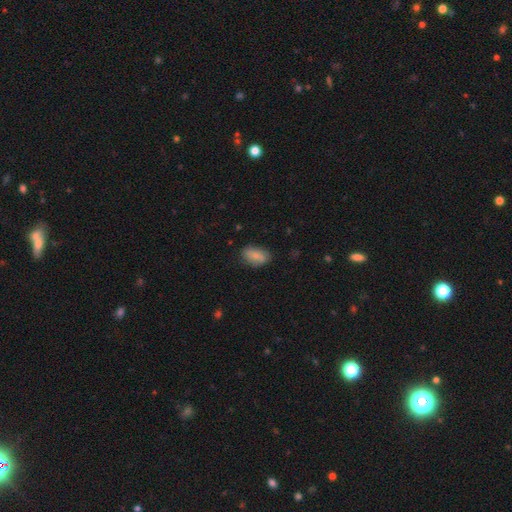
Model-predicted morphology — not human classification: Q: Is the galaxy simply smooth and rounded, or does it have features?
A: smooth — 81%.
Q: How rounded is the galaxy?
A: in between — 91%.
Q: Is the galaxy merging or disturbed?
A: none — 76%.